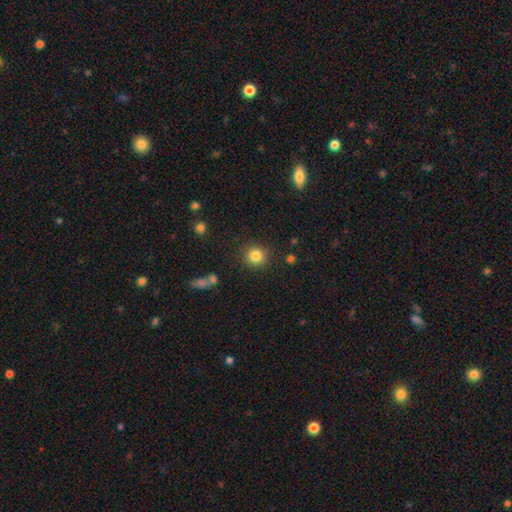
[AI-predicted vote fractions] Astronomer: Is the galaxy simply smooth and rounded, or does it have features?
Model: smooth — 83%.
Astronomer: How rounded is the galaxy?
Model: round — 92%.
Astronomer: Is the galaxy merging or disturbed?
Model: none — 88%.